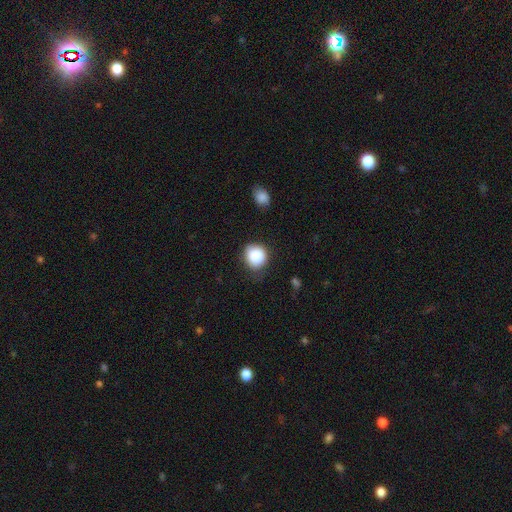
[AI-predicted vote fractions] Smooth or featured?
  - smooth: 87% *
  - star or artifact: 8%
  - featured or disk: 5%
How rounded?
  - round: 86% *
  - in between: 13%
  - cigar-shaped: 1%
Merging?
  - none: 73% *
  - minor disturbance: 20%
  - major disturbance: 5%
  - merger: 2%